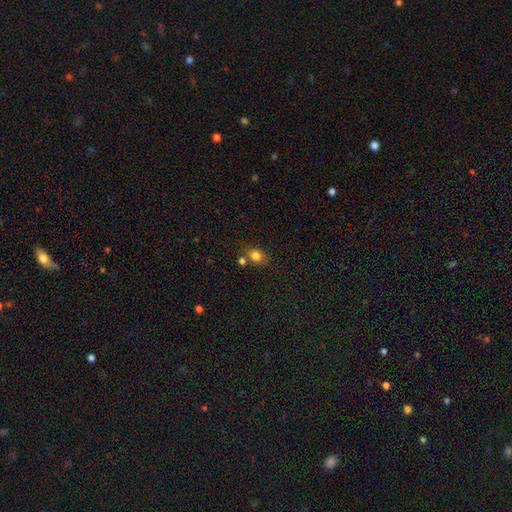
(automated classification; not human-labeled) smooth 83%, star or artifact 11%, featured or disk 6%. Down the decision tree: how rounded — in between (57%); merging — none (66%).